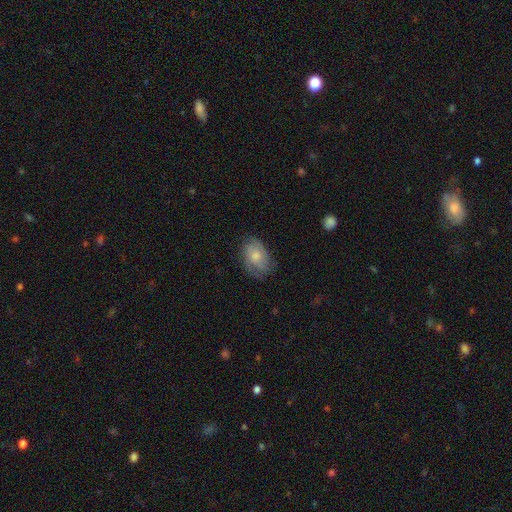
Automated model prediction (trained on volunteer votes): Overall: smooth (58%; featured or disk 35%). How rounded: in between (81%). Merging: none (68%).